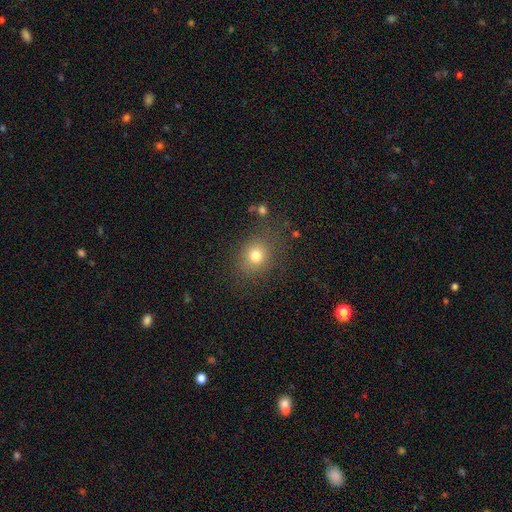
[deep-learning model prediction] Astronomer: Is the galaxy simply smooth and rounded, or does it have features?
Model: smooth — 77%.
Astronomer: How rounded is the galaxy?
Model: round — 73%.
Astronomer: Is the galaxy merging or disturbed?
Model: none — 80%.